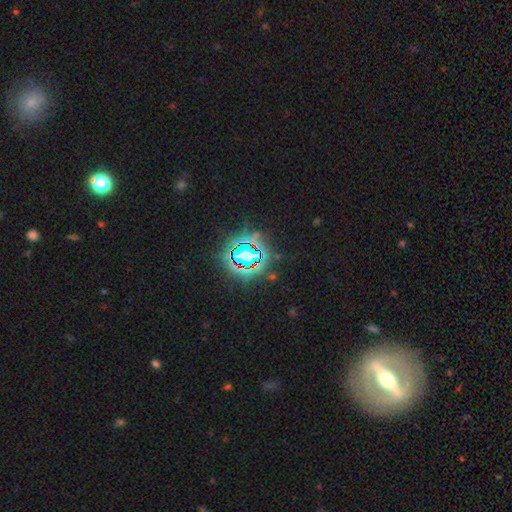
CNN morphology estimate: This appears to be a star or artifact, not a galaxy (69%).